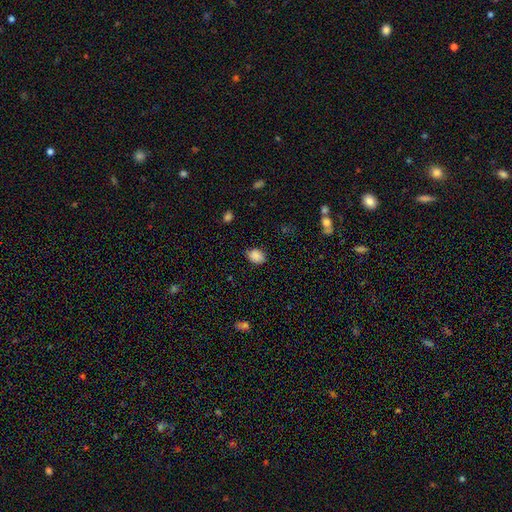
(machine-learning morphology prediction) Smooth or featured? smooth (86%)
How rounded? in between (61%)
Merging? none (73%)